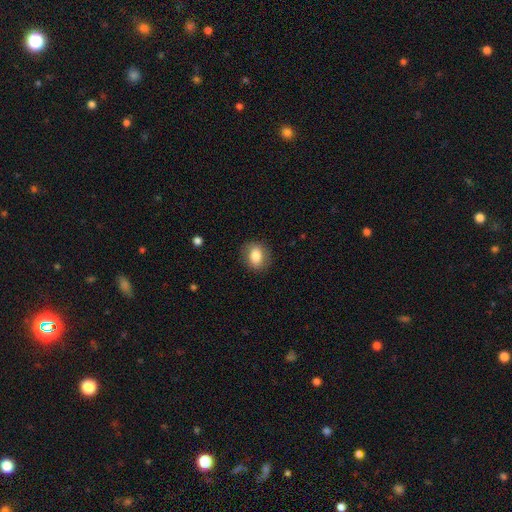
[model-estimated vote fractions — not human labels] smooth_or_featured: smooth (p=0.83) [alt: featured or disk p=0.09]
how_rounded: in between (p=0.50) [alt: round p=0.49]
merging: none (p=0.84) [alt: minor disturbance p=0.12]